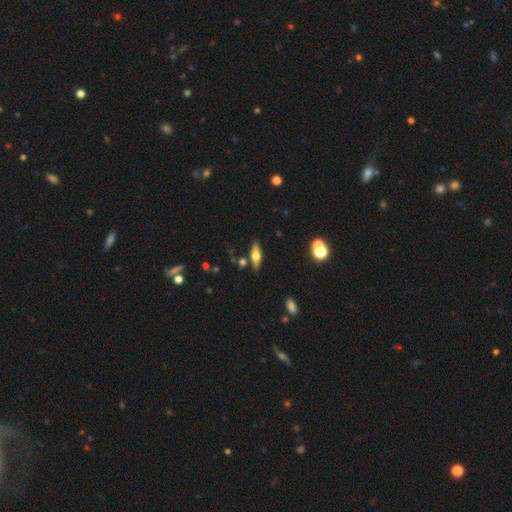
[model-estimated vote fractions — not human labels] Morphology: type=featured or disk (51%); edge-on=yes (89%); merging=none (82%).